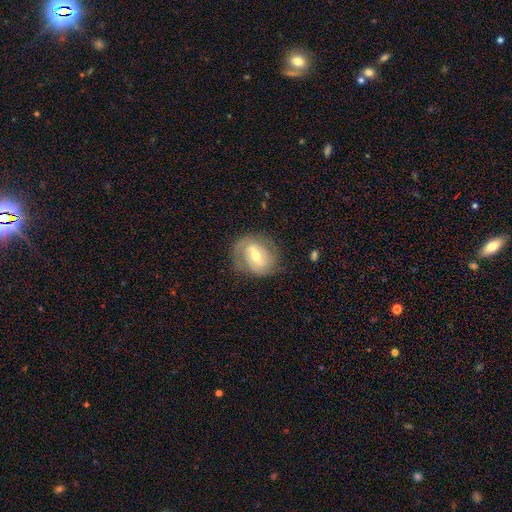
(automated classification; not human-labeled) Q: Smooth or featured?
A: featured or disk (68%); runner-up: smooth (26%)
Q: Edge-on disk?
A: no (96%); runner-up: yes (4%)
Q: Bar?
A: weak (47%); runner-up: strong (36%)
Q: Spiral arms?
A: yes (79%); runner-up: no (21%)
Q: Spiral winding?
A: tight (42%); runner-up: medium (40%)
Q: Spiral arm count?
A: 2 (68%); runner-up: can't tell (18%)
Q: Bulge size?
A: moderate (61%); runner-up: small (32%)
Q: Merging?
A: none (70%); runner-up: minor disturbance (19%)